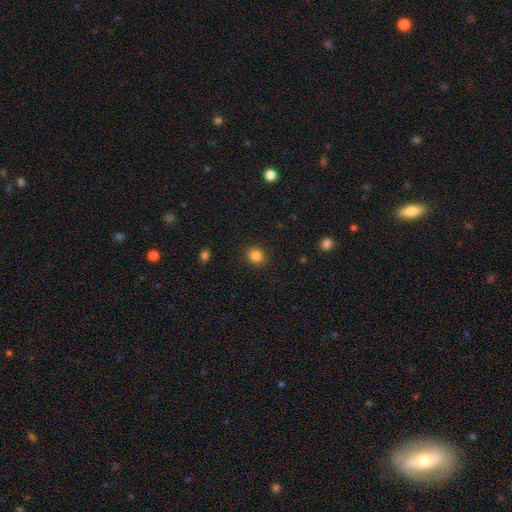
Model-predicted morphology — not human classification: This appears to be a smooth galaxy with no disk features (84%) that is round (71%). Merging: none (90%).